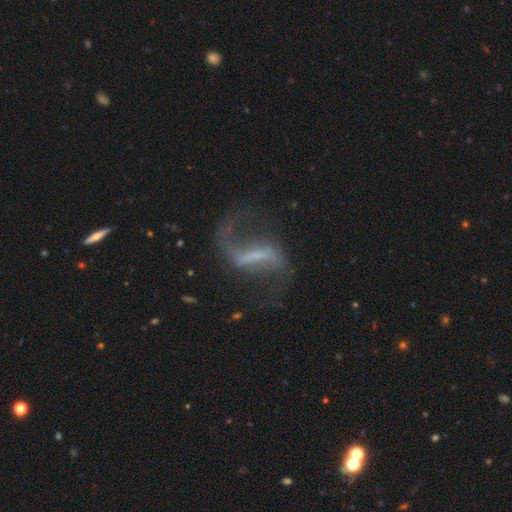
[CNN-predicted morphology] This appears to be a featured or disk galaxy (87%) with a strong bar (61%), 2 (89%) loose (82%) spiral arms (93%) and no central bulge (42%, tied with small). Merging: none (67%).